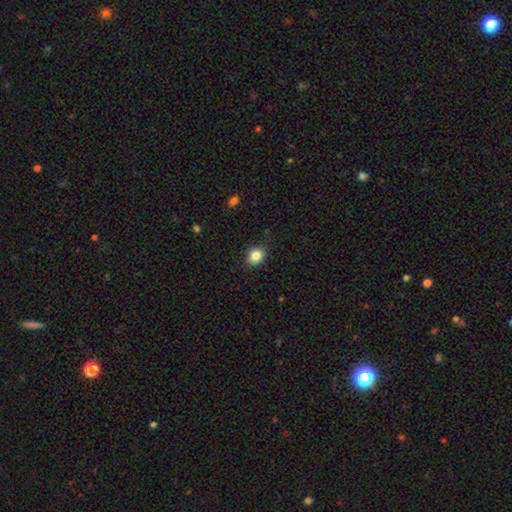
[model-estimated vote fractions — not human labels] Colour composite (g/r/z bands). It shows a smooth galaxy with no disk features (85%) that is round (56%). Merging: none (86%).